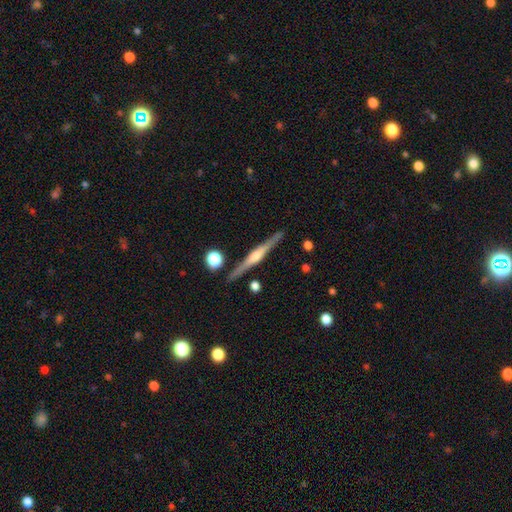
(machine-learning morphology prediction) smooth_or_featured: featured or disk (p=0.81) [alt: smooth p=0.14]
disk_edge_on: yes (p=0.98) [alt: no p=0.02]
edge_on_bulge: rounded (p=0.81) [alt: boxy p=0.14]
merging: none (p=0.90) [alt: minor disturbance p=0.07]